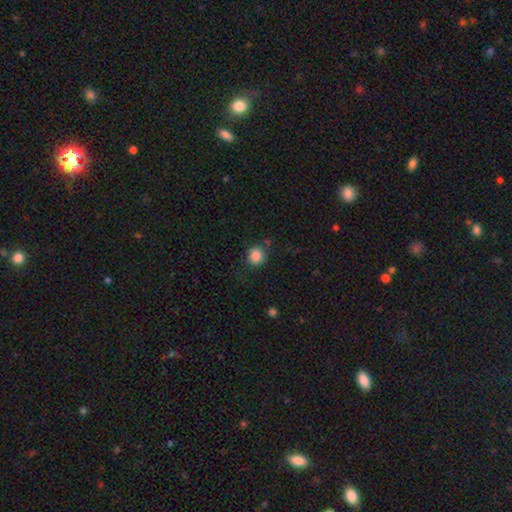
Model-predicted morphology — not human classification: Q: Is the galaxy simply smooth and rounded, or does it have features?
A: smooth — 87%.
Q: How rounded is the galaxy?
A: round — 89%.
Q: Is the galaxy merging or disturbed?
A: none — 79%.